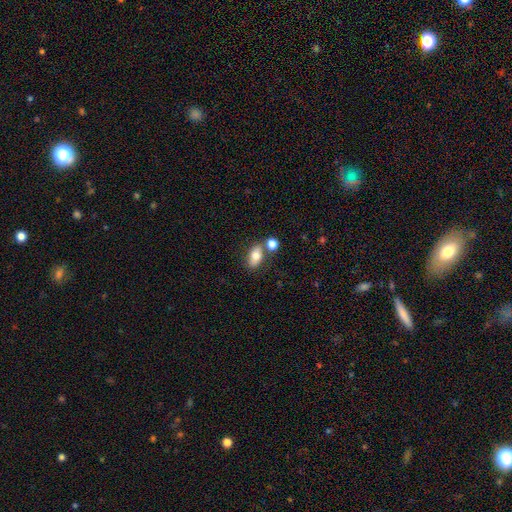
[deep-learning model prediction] Smooth or featured: smooth — 73% (featured or disk — 18%)
How rounded: in between — 84% (round — 10%)
Merging: none — 63% (merger — 21%)